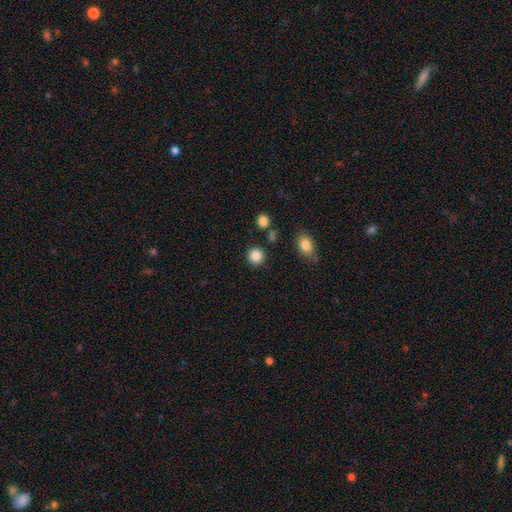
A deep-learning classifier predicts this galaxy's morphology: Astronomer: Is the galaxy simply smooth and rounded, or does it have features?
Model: smooth — 86%.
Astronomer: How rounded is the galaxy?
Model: round — 92%.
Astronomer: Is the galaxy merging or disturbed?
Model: none — 88%.